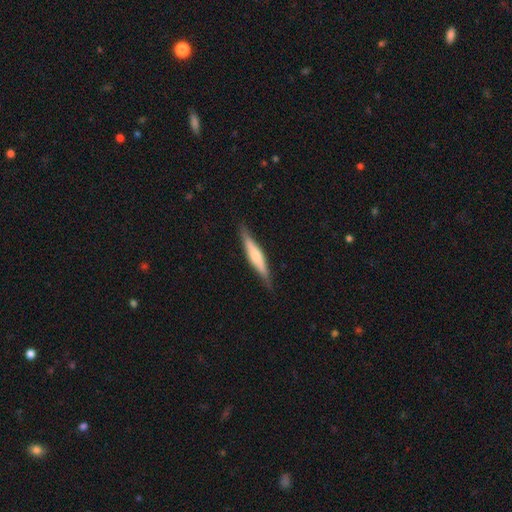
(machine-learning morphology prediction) smooth-or-featured: featured or disk: 53% | smooth: 42% | star or artifact: 6%
  disk-edge-on: yes: 94% | no: 6%
  merging: none: 87% | minor disturbance: 10% | major disturbance: 2% | merger: 1%